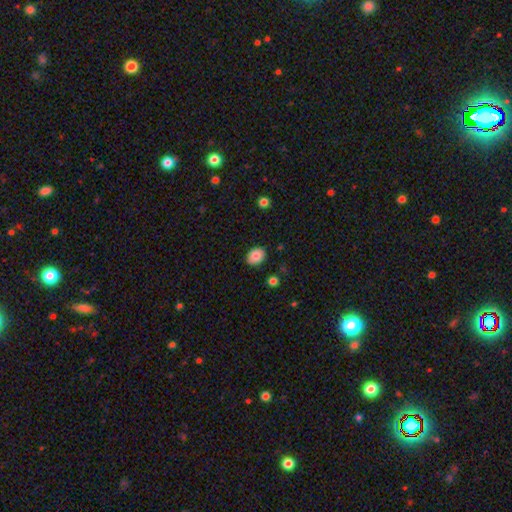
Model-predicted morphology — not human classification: smooth 83%, featured or disk 9%, star or artifact 8%. Down the decision tree: how rounded — in between (63%); merging — none (87%).